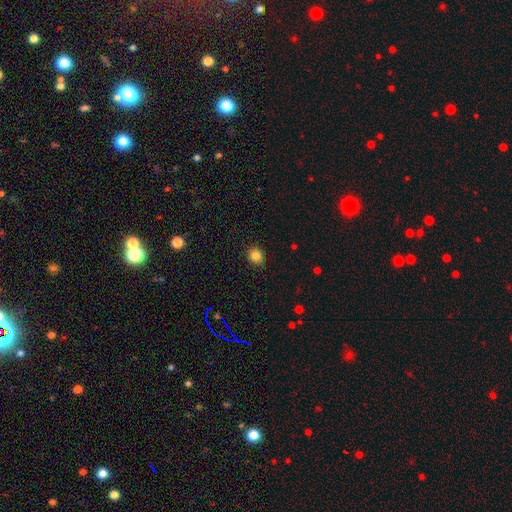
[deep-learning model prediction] A smooth galaxy with no disk features (83%) that is round (81%). Merging: none (88%).